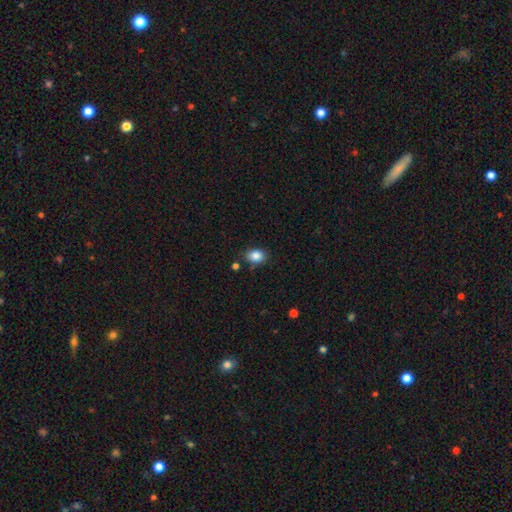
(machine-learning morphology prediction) This appears to be a smooth galaxy with no disk features (86%) that is in between round and cigar-shaped (64%). Merging: none (79%).